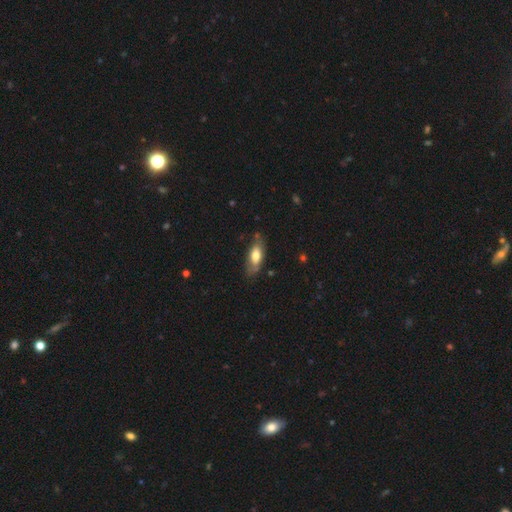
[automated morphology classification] A smooth galaxy with no disk features (60%) that is in between round and cigar-shaped (77%).

Vote fractions:
- Smooth or featured? smooth: 60% / featured or disk: 34% / star or artifact: 6%
- How rounded? in between: 77% / cigar-shaped: 21% / round: 3%
- Merging? none: 69% / minor disturbance: 23% / major disturbance: 5% / merger: 3%